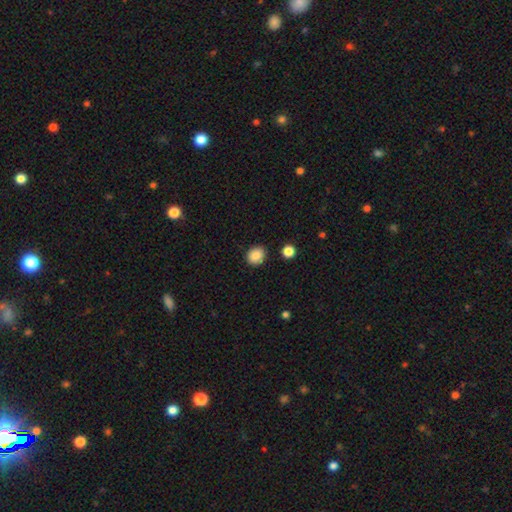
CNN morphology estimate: This is clearly a smooth galaxy (88%). How rounded: likely round (64%). Merging: clearly none (86%).